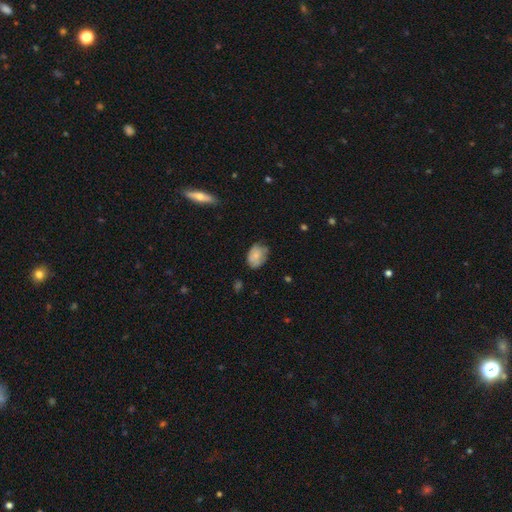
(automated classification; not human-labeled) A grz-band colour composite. It shows a smooth galaxy with no disk features (71%) that is in between round and cigar-shaped (77%). Merging: none (59%).